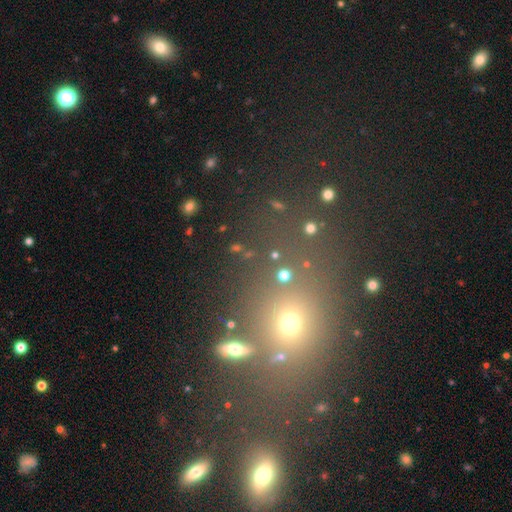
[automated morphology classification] The model was most divided on "smooth or featured": smooth: 44%, star or artifact: 43%, featured or disk: 13%. More confident: merging — none (65%).